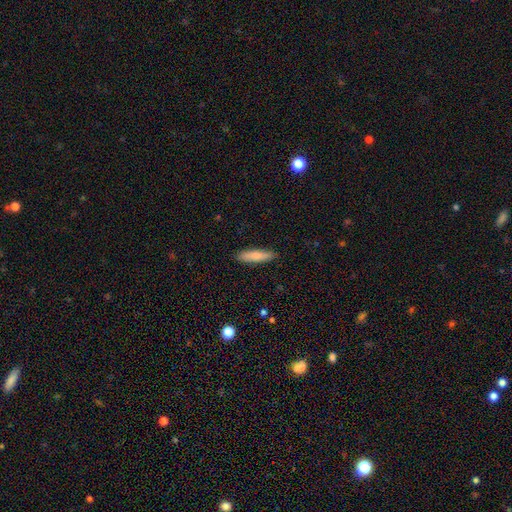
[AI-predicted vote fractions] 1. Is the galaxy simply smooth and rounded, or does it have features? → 78% smooth, 16% featured or disk, 6% star or artifact.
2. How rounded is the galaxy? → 77% cigar-shaped, 22% in between, 1% round.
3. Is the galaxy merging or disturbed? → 89% none, 8% minor disturbance, 2% major disturbance, 1% merger.